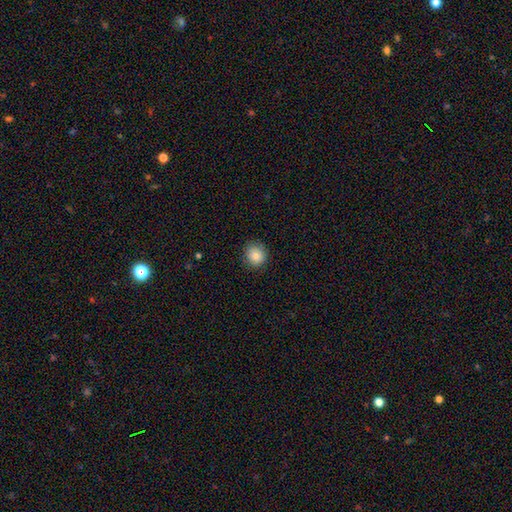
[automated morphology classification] Overall: smooth (84%). How rounded: round (87%). Merging: none (87%).